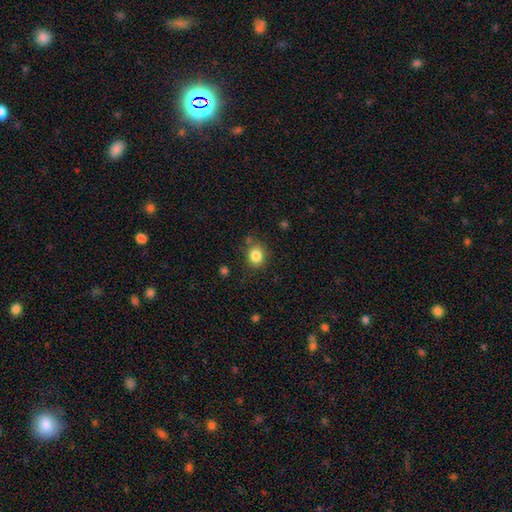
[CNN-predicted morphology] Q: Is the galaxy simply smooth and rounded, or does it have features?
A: smooth — 84%.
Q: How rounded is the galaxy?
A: round — 72%.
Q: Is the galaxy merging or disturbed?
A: none — 79%.